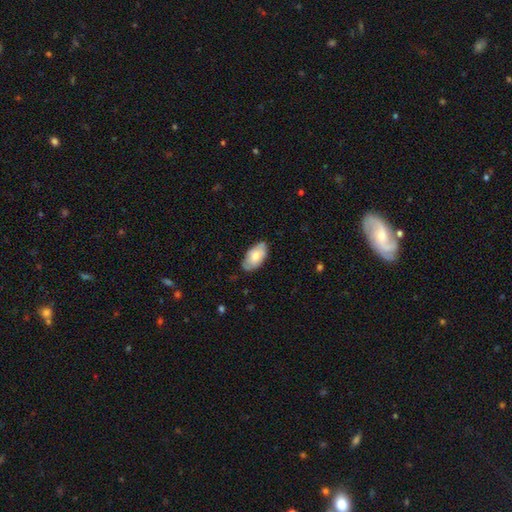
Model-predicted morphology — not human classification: The model was most divided on "smooth or featured": smooth: 65%, featured or disk: 29%, star or artifact: 6%. More confident: how rounded — in between (95%); merging — none (74%).